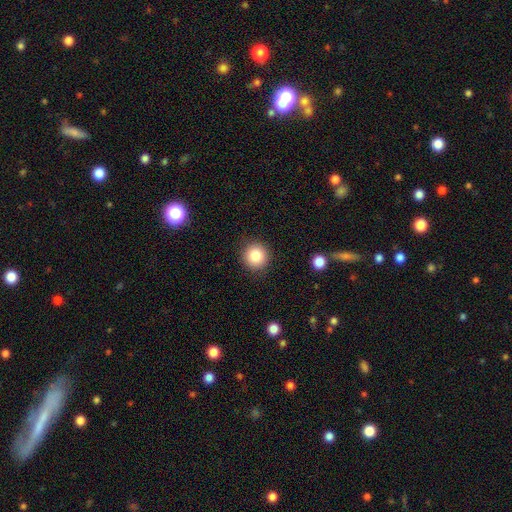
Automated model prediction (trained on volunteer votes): Smooth or featured? smooth (85%)
How rounded? round (94%)
Merging? none (90%)